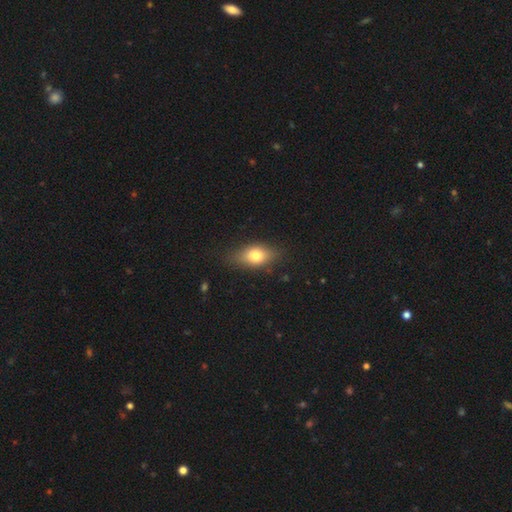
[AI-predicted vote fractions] Smooth or featured: smooth — 74% (featured or disk — 17%)
How rounded: in between — 79% (round — 13%)
Merging: none — 79% (minor disturbance — 16%)